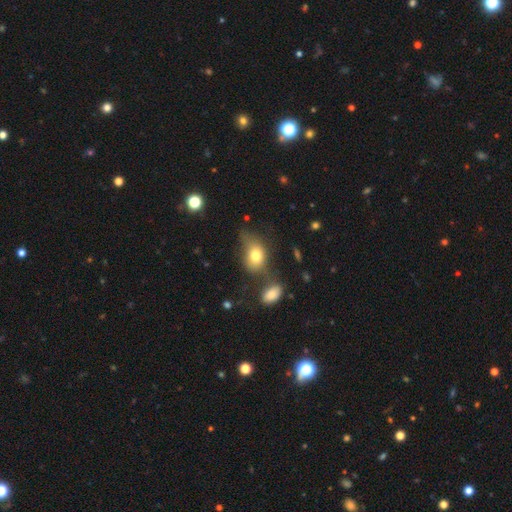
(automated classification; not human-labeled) The model was most divided on "merging": none: 39%, minor disturbance: 29%, major disturbance: 18%, merger: 15%. More confident: smooth or featured — smooth (74%); how rounded — in between (71%).